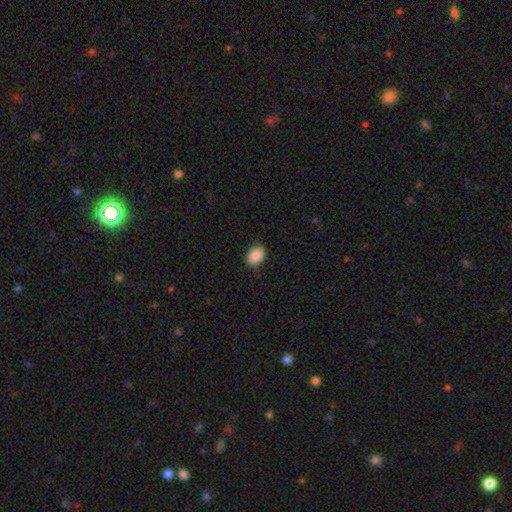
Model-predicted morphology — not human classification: A smooth galaxy with no disk features (90%) that is in between round and cigar-shaped (80%).

Vote fractions:
- Smooth or featured? smooth: 90% / star or artifact: 7% / featured or disk: 3%
- How rounded? in between: 80% / round: 19% / cigar-shaped: 1%
- Merging? none: 87% / minor disturbance: 10% / major disturbance: 2% / merger: 1%